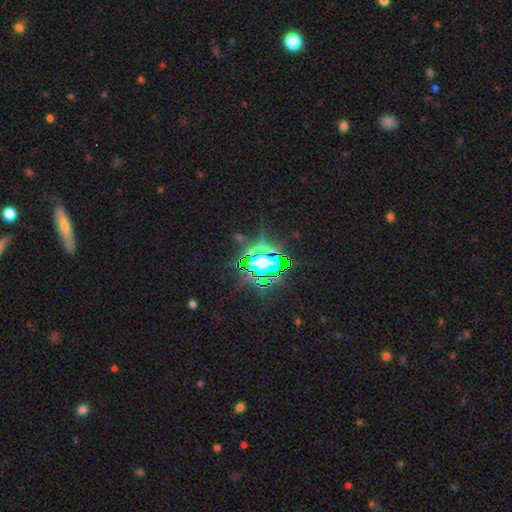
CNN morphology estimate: A star or artifact, not a galaxy (70%).